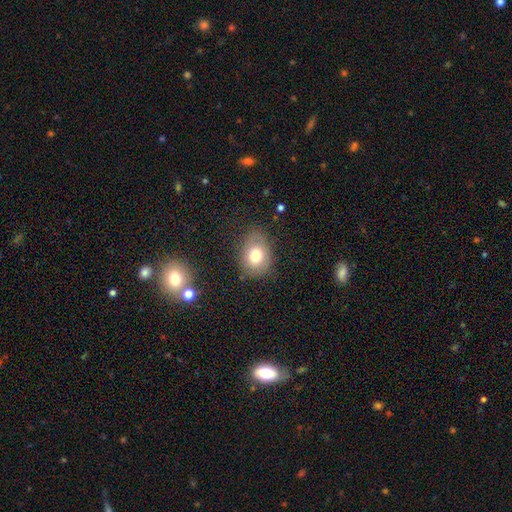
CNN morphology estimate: Overall: smooth (73%). How rounded: in between (57%; round 42%). Merging: none (71%).